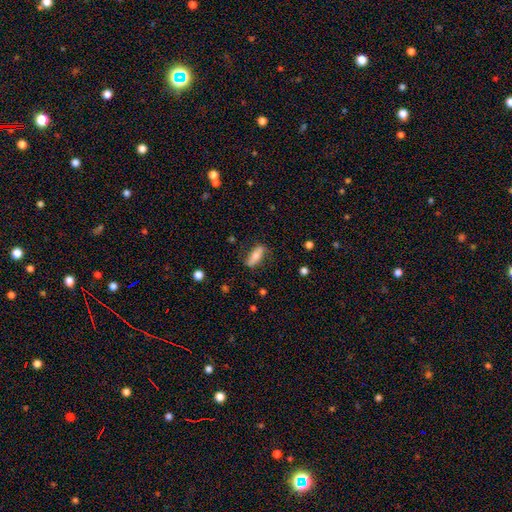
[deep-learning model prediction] This is likely a smooth galaxy (63%). How rounded: possibly in between (56%). Merging: likely none (75%).